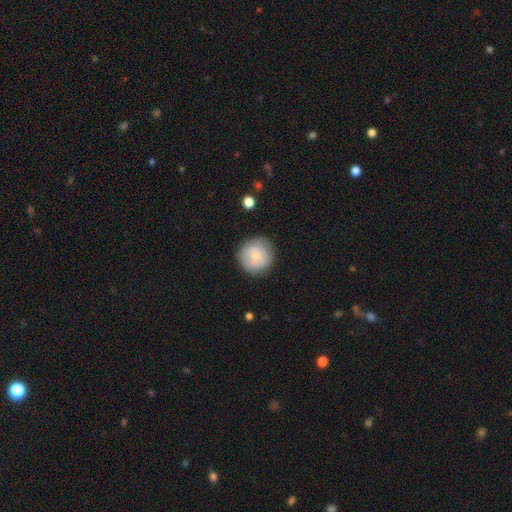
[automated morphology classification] A smooth galaxy with no disk features (60%) that is round (94%).

Vote fractions:
- Smooth or featured? smooth: 60% / featured or disk: 33% / star or artifact: 7%
- How rounded? round: 94% / in between: 5% / cigar-shaped: 1%
- Merging? none: 80% / minor disturbance: 14% / major disturbance: 4% / merger: 2%